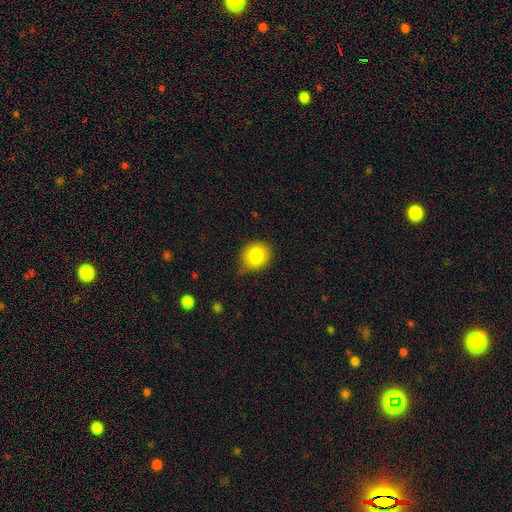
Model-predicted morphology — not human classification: smooth 82%, star or artifact 9%, featured or disk 8%. Down the decision tree: how rounded — round (75%); merging — none (69%).